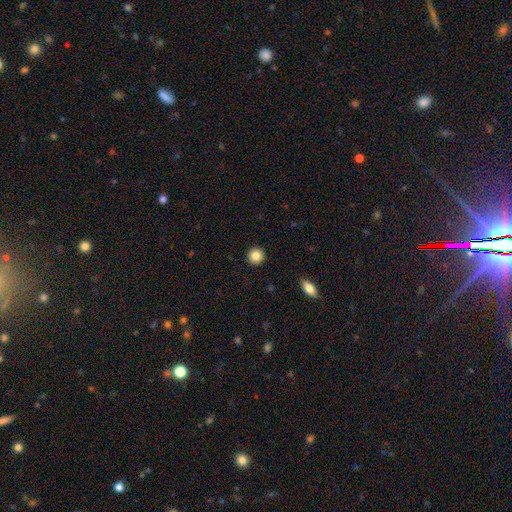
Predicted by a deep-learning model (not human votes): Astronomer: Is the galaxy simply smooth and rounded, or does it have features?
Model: smooth — 85%.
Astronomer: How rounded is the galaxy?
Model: round — 95%.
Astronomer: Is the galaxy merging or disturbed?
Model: none — 93%.